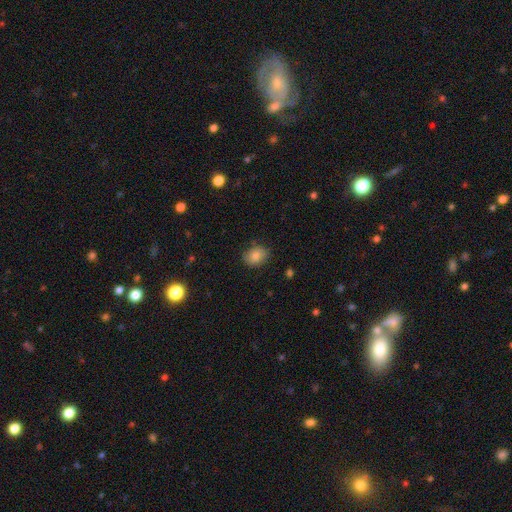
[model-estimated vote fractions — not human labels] Smooth or featured? Predicted: smooth (p=0.83). How rounded? Predicted: in between (p=0.55). Merging? Predicted: none (p=0.81).